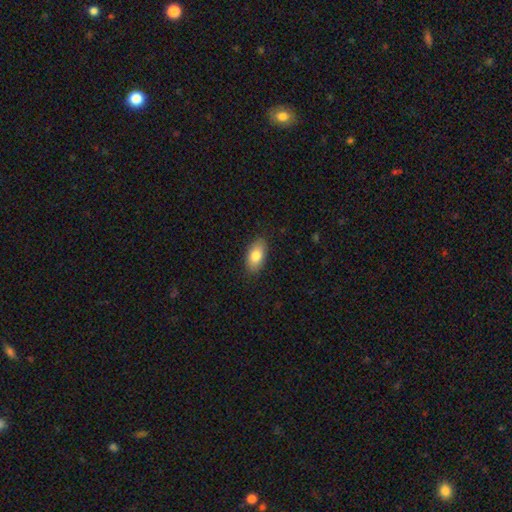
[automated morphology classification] The model was most divided on "smooth or featured": smooth: 81%, featured or disk: 12%, star or artifact: 7%. More confident: how rounded — in between (93%); merging — none (87%).